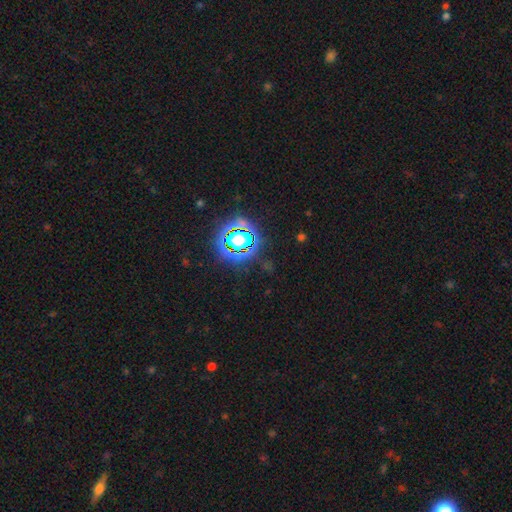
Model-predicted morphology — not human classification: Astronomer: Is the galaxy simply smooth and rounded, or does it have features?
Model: star or artifact — 81%.